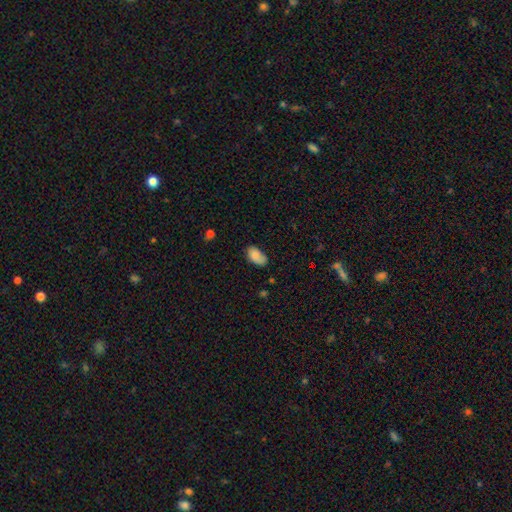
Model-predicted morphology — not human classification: A smooth galaxy with no disk features (84%) that is in between round and cigar-shaped (93%).

Vote fractions:
- Smooth or featured? smooth: 84% / featured or disk: 8% / star or artifact: 8%
- How rounded? in between: 93% / round: 5% / cigar-shaped: 2%
- Merging? none: 60% / minor disturbance: 30% / major disturbance: 7% / merger: 3%